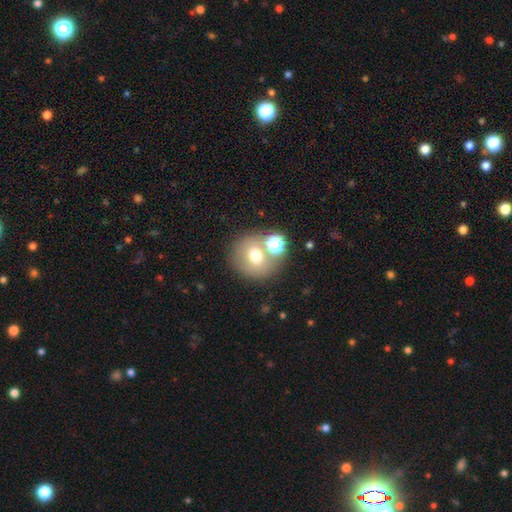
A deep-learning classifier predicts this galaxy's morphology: smooth 66%, featured or disk 18%, star or artifact 15%. Down the decision tree: how rounded — round (86%); merging — none (62%).